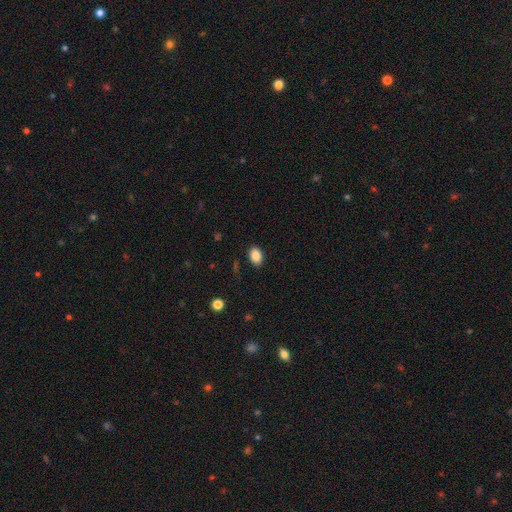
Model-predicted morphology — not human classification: A smooth galaxy with no disk features (87%) that is in between round and cigar-shaped (82%). Merging: none (88%).